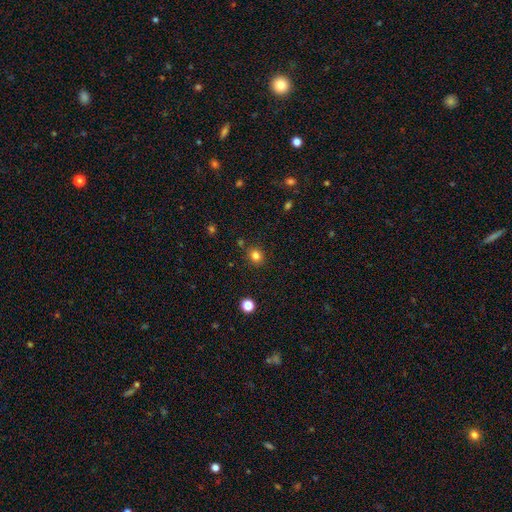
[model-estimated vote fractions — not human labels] The model was most divided on "how rounded": round: 79%, in between: 21%, cigar-shaped: 1%. More confident: merging — none (85%); smooth or featured — smooth (81%).